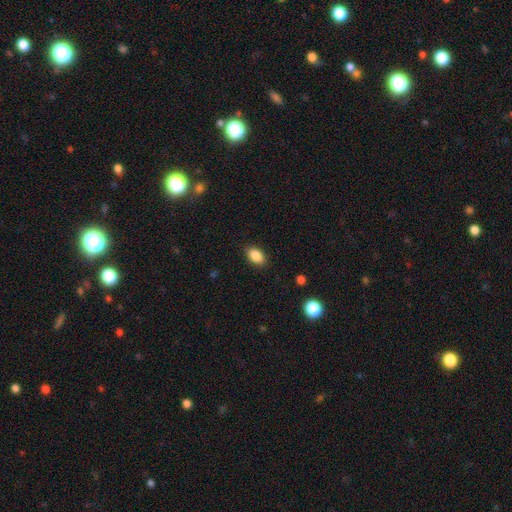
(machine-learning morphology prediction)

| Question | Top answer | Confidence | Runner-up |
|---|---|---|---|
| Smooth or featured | smooth | 88% | star or artifact (8%) |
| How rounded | in between | 91% | round (7%) |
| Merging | none | 87% | minor disturbance (9%) |